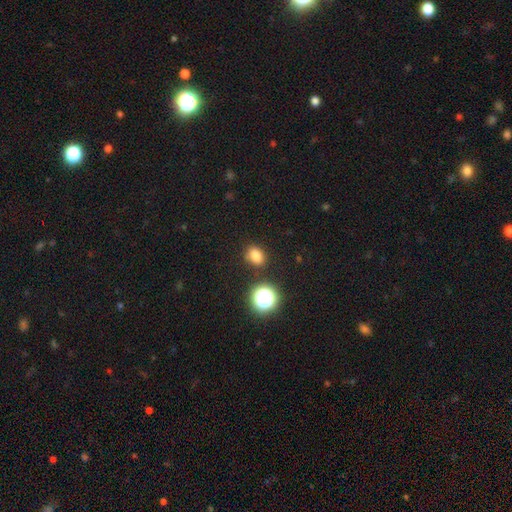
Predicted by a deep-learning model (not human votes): smooth-or-featured: smooth: 78% | star or artifact: 16% | featured or disk: 6%
  how-rounded: in between: 59% | round: 40% | cigar-shaped: 1%
  merging: none: 83% | minor disturbance: 10% | merger: 4% | major disturbance: 3%